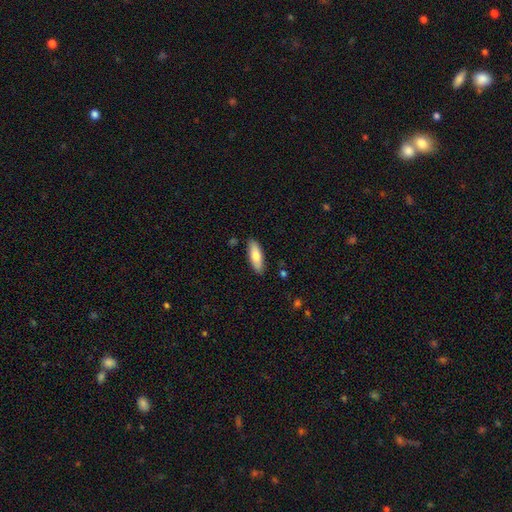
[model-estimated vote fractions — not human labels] Smooth or featured? Predicted: smooth (p=0.76). How rounded? Predicted: in between (p=0.62). Merging? Predicted: none (p=0.87).